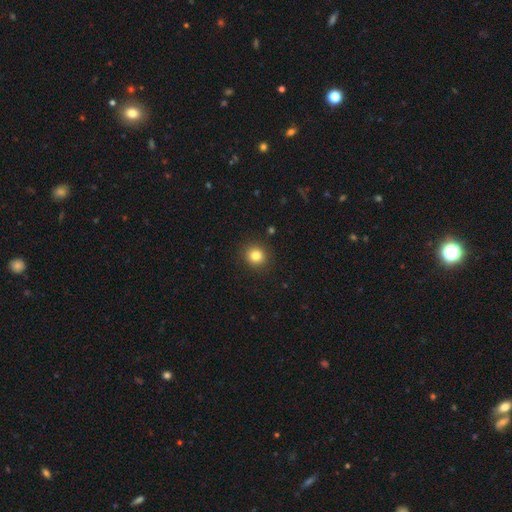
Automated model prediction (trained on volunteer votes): This appears to be a smooth galaxy with no disk features (82%) that is round (86%). Merging: none (91%).